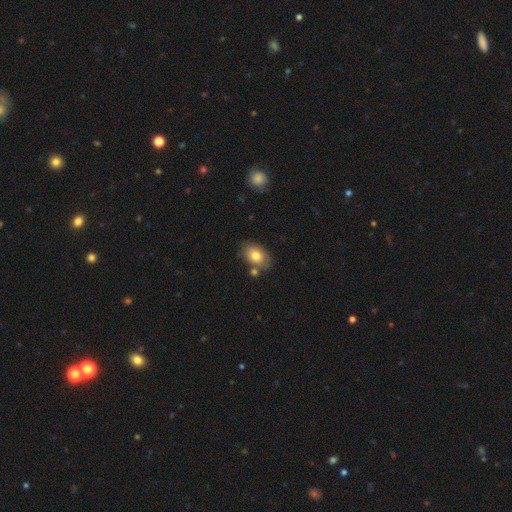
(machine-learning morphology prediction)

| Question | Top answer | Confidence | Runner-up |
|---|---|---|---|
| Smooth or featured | smooth | 79% | featured or disk (13%) |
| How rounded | in between | 81% | round (18%) |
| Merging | none | 73% | minor disturbance (14%) |